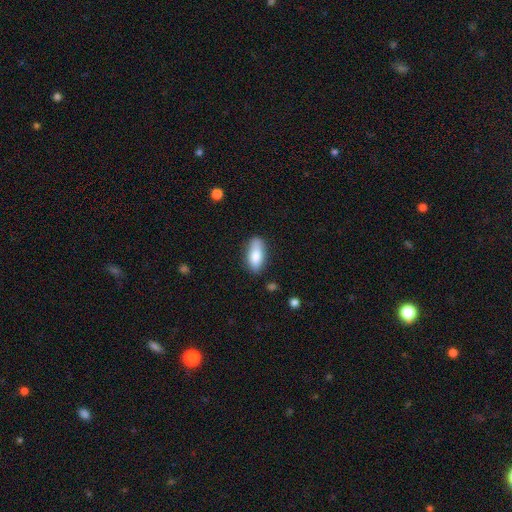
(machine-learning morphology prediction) type=smooth (80%); roundness=in between (80%); merging=none (77%).